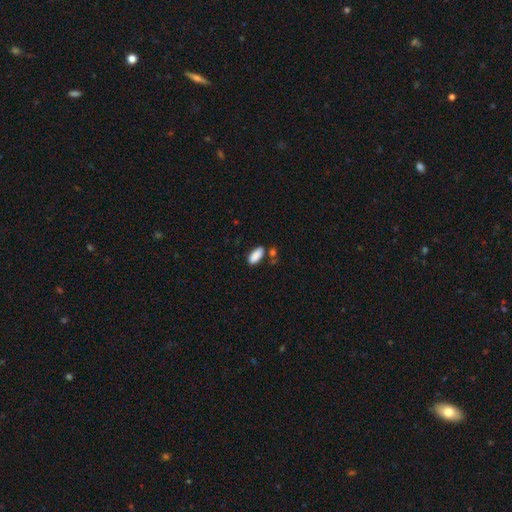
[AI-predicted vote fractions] Overall: smooth (89%). How rounded: in between (86%). Merging: none (75%).